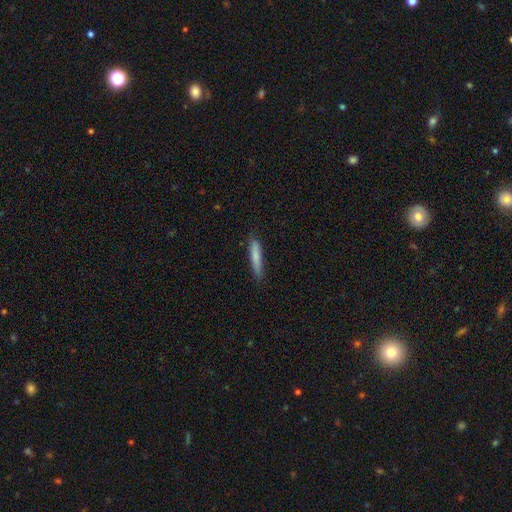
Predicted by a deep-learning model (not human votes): smooth_or_featured: smooth (p=0.79) [alt: featured or disk p=0.15]
how_rounded: cigar-shaped (p=0.92) [alt: in between p=0.07]
merging: none (p=0.83) [alt: minor disturbance p=0.14]